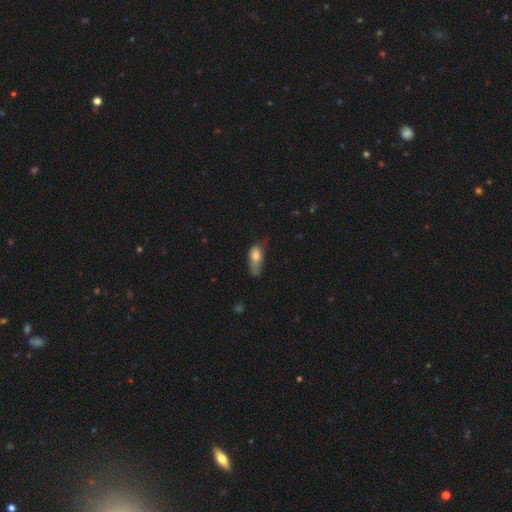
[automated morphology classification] Smooth or featured? Predicted: smooth (p=0.74). How rounded? Predicted: in between (p=0.79). Merging? Predicted: minor disturbance (p=0.40).